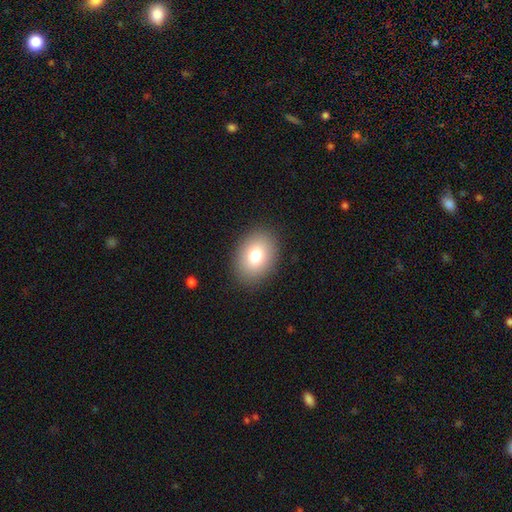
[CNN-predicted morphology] type=smooth (77%); roundness=in between (70%); merging=none (89%).